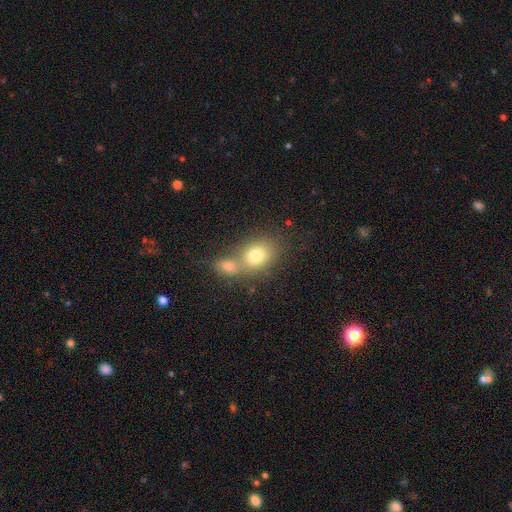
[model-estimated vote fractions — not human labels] smooth-or-featured: smooth: 77% | featured or disk: 13% | star or artifact: 11%
  how-rounded: in between: 49% (tied) | round: 49% (tied) | cigar-shaped: 1%
  merging: merger: 50% | none: 37% | minor disturbance: 9% | major disturbance: 4%